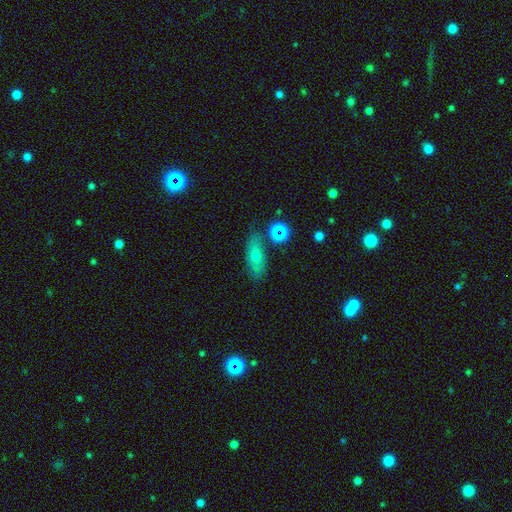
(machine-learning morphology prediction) type=smooth (59%); roundness=in between (65%); merging=none (74%).